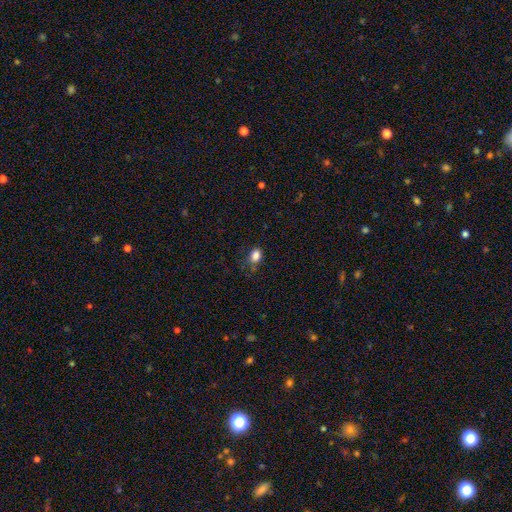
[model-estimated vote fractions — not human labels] The model was most divided on "how rounded": in between: 68%, round: 30%, cigar-shaped: 1%. More confident: smooth or featured — smooth (85%); merging — none (67%).